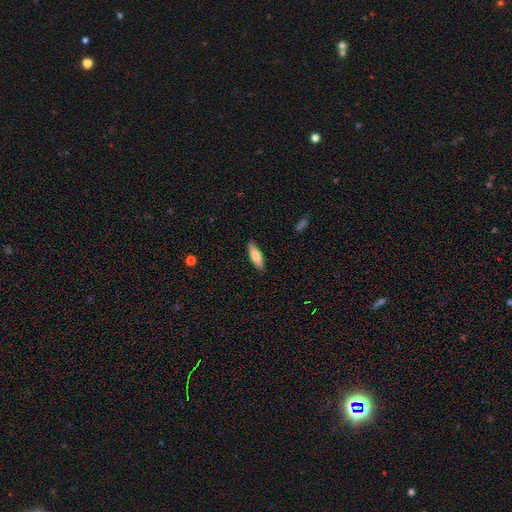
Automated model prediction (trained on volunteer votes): Smooth or featured? Predicted: smooth (p=0.73). How rounded? Predicted: in between (p=0.50). Merging? Predicted: none (p=0.88).